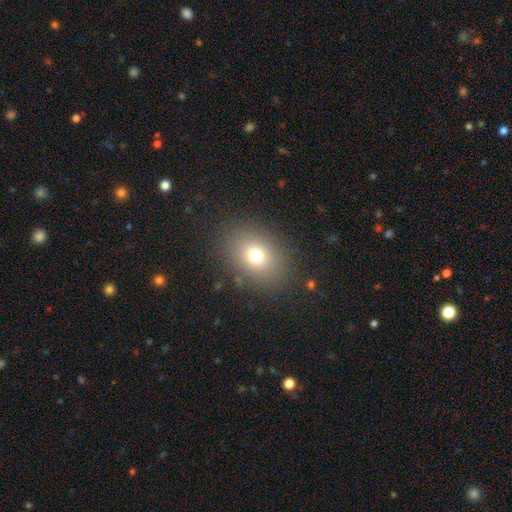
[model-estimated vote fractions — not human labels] Smooth or featured? Predicted: smooth (p=0.74). How rounded? Predicted: in between (p=0.56). Merging? Predicted: none (p=0.85).